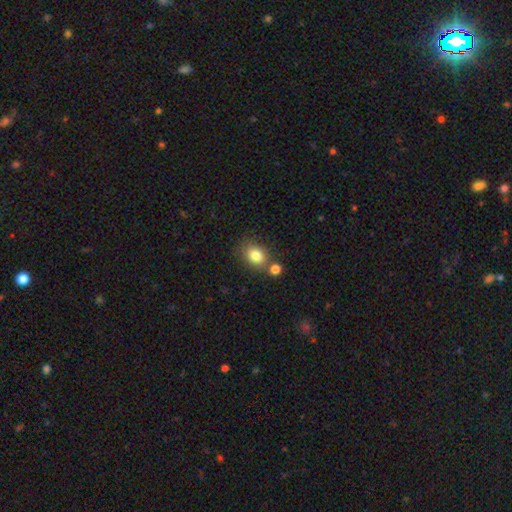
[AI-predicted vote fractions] smooth 82%, star or artifact 10%, featured or disk 8%. Down the decision tree: how rounded — in between (54%); merging — none (63%).